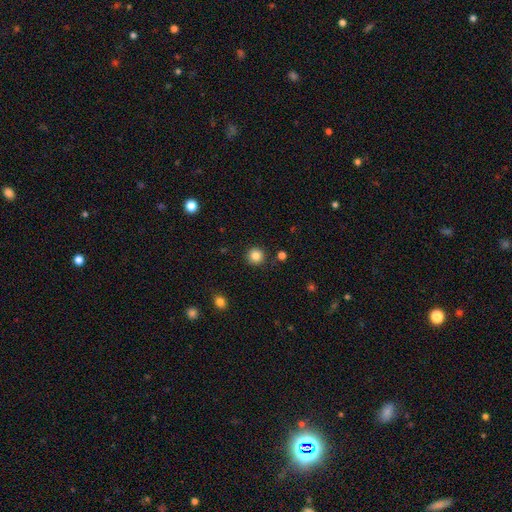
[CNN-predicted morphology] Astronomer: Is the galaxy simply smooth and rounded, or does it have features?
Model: smooth — 85%.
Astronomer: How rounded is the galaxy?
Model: round — 95%.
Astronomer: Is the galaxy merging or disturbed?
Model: none — 91%.